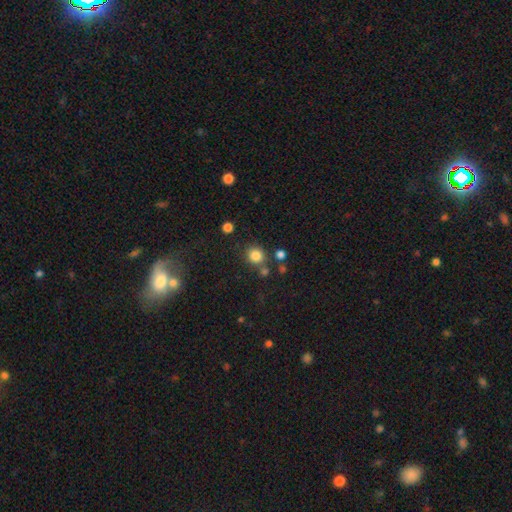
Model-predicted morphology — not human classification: Smooth or featured? Predicted: smooth (p=0.82). How rounded? Predicted: round (p=0.87). Merging? Predicted: none (p=0.75).